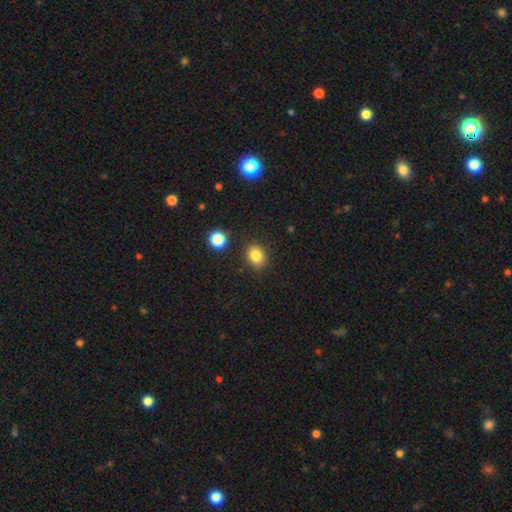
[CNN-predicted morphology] Smooth or featured: smooth — 83% (star or artifact — 11%)
How rounded: in between — 60% (round — 39%)
Merging: none — 85% (minor disturbance — 9%)